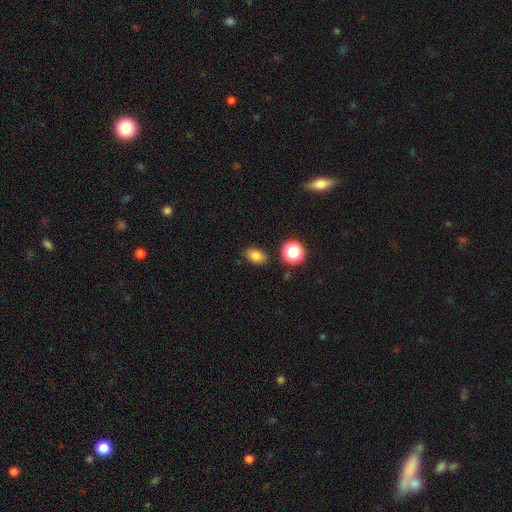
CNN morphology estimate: smooth-or-featured: smooth: 81% | star or artifact: 13% | featured or disk: 7%
  how-rounded: in between: 81% | round: 18% | cigar-shaped: 1%
  merging: none: 84% | minor disturbance: 10% | merger: 3% | major disturbance: 3%